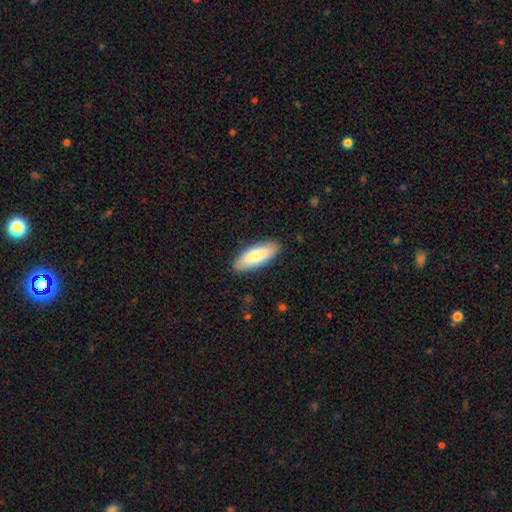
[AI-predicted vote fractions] smooth-or-featured: smooth: 78% | featured or disk: 17% | star or artifact: 5%
  how-rounded: in between: 73% | cigar-shaped: 25% | round: 2%
  merging: none: 89% | minor disturbance: 9% | major disturbance: 2% | merger: 1%